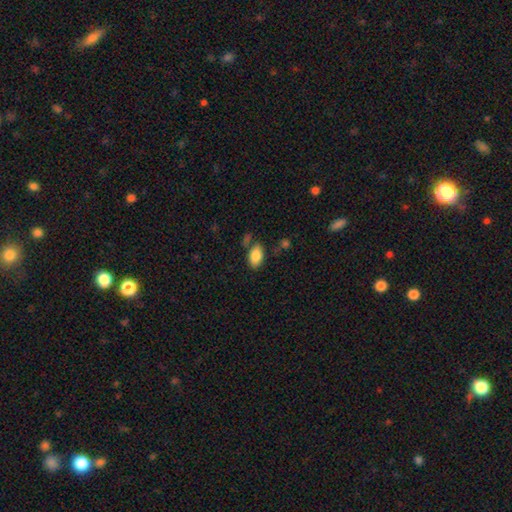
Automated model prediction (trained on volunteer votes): smooth 86%, star or artifact 7%, featured or disk 7%. Down the decision tree: how rounded — in between (92%); merging — none (71%).